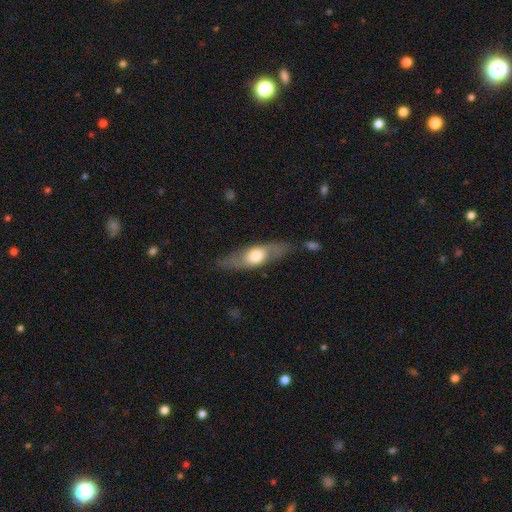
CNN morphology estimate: The model was most divided on "smooth or featured": featured or disk: 50%, smooth: 44%, star or artifact: 6%. More confident: merging — none (76%).